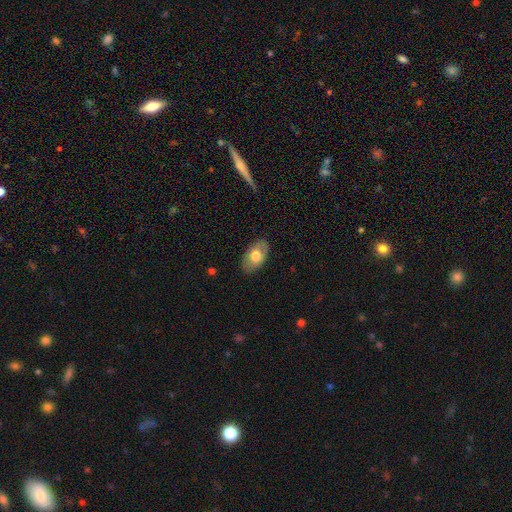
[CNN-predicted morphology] The model was most divided on "smooth or featured": smooth: 68%, featured or disk: 26%, star or artifact: 6%. More confident: how rounded — in between (93%); merging — none (84%).